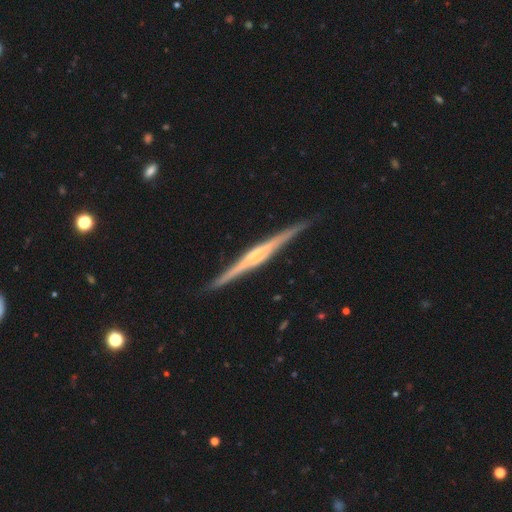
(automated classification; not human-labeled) Smooth or featured: featured or disk — 85% (smooth — 10%)
Edge-on disk: yes — 98% (no — 2%)
Edge-on bulge: rounded — 61% (boxy — 25%)
Merging: none — 91% (minor disturbance — 7%)